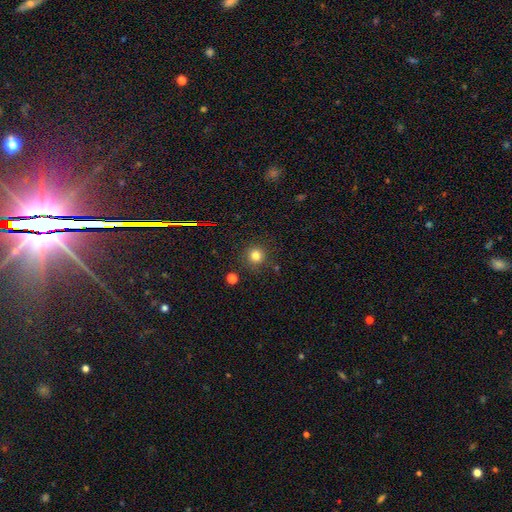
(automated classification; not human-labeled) Q: Smooth or featured?
A: smooth (79%); runner-up: star or artifact (15%)
Q: How rounded?
A: round (94%); runner-up: in between (5%)
Q: Merging?
A: none (86%); runner-up: minor disturbance (8%)